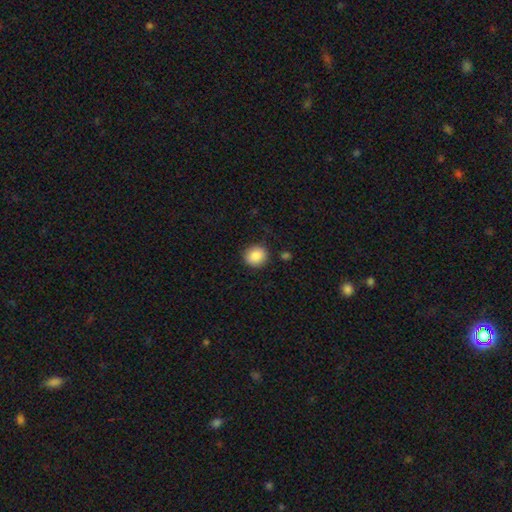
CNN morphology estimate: smooth-or-featured: smooth: 88% | star or artifact: 8% | featured or disk: 4%
  how-rounded: round: 82% | in between: 17% | cigar-shaped: 1%
  merging: none: 85% | minor disturbance: 10% | major disturbance: 3% | merger: 2%